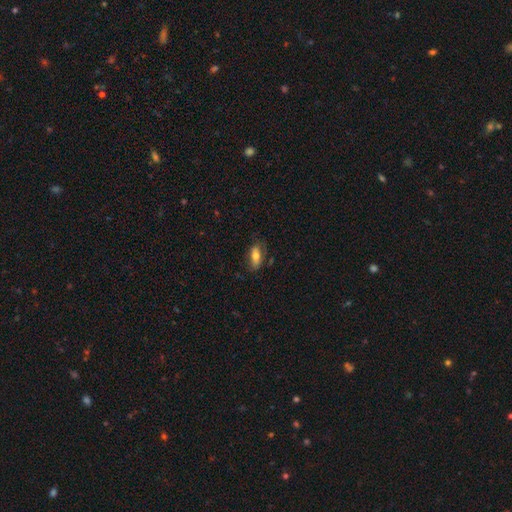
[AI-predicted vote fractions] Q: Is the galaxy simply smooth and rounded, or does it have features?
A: smooth — 65%.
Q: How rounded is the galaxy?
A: in between — 81%.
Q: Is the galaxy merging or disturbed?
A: none — 69%.